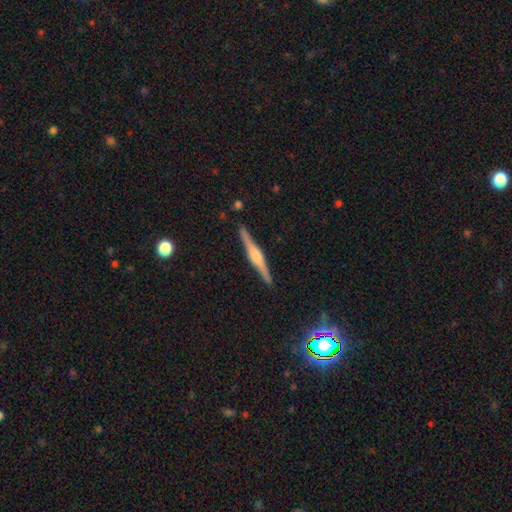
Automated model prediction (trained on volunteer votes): Q: Smooth or featured?
A: featured or disk (76%); runner-up: smooth (15%)
Q: Edge-on disk?
A: yes (98%); runner-up: no (2%)
Q: Edge-on bulge?
A: rounded (83%); runner-up: boxy (11%)
Q: Merging?
A: none (89%); runner-up: minor disturbance (7%)